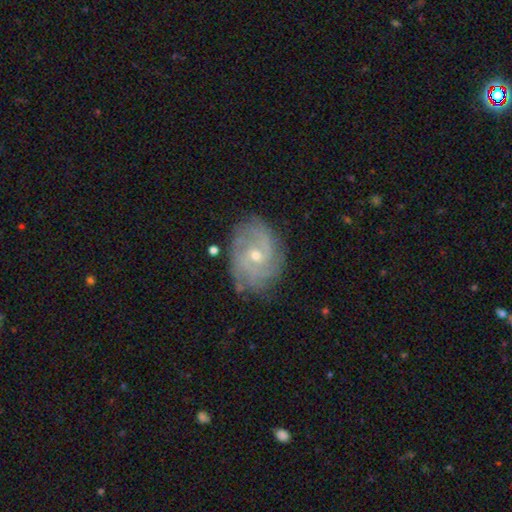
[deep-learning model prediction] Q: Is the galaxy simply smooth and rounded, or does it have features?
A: featured or disk — 81%.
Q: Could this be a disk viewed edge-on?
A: no — 97%.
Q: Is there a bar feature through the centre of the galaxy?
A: no — 69%.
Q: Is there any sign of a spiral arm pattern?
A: yes — 93%.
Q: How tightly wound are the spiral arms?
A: tight — 60%.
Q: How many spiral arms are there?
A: can't tell — 37%.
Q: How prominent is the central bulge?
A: small — 54%.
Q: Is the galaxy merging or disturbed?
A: none — 76%.